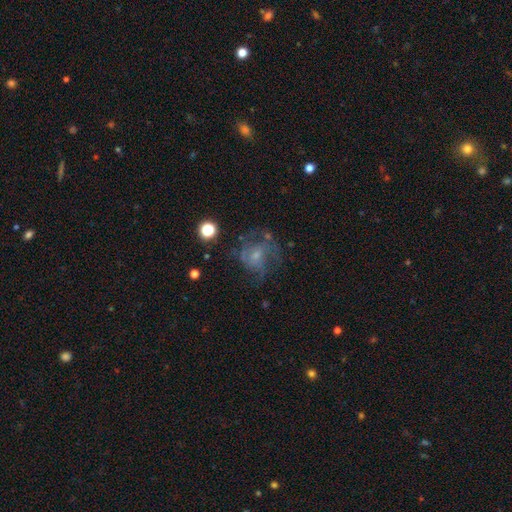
Smooth or featured? 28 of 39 (72%) said featured or disk. Edge-on disk? 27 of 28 (96%) said no. Bar? 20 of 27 (74%) said no. Spiral arms? 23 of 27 (85%) said yes. Spiral winding? 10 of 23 (43%) said medium. Spiral arm count? 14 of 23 (61%) said 3. Bulge size? 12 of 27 (44%) said small. Merging? 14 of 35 (40%) said none.